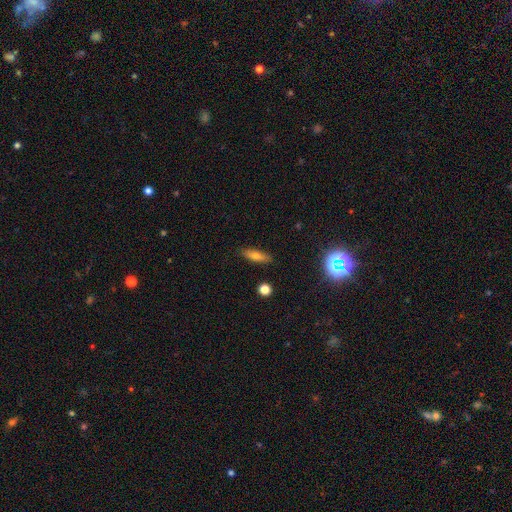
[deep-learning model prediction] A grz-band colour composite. It shows a smooth galaxy with no disk features (67%) that is cigar-shaped (49%). Merging: none (87%).